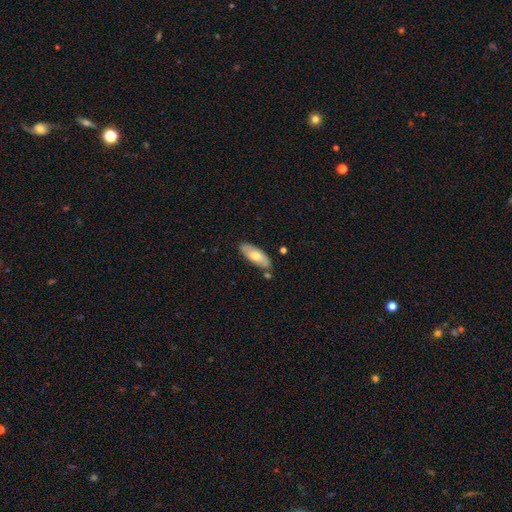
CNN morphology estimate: smooth 62%, featured or disk 32%, star or artifact 6%. Down the decision tree: how rounded — in between (82%); merging — none (77%).